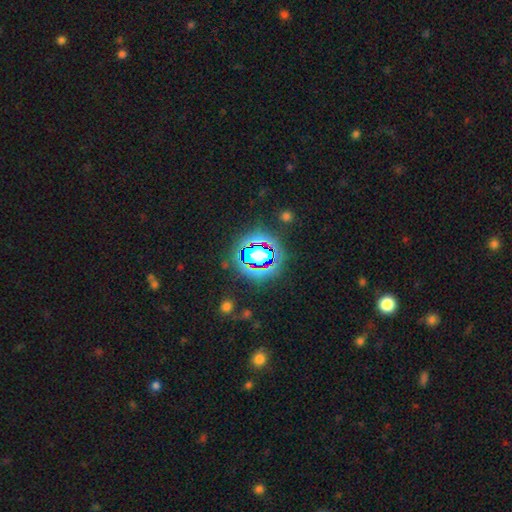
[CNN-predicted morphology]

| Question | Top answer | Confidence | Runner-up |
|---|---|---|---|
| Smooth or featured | star or artifact | 70% | smooth (19%) |